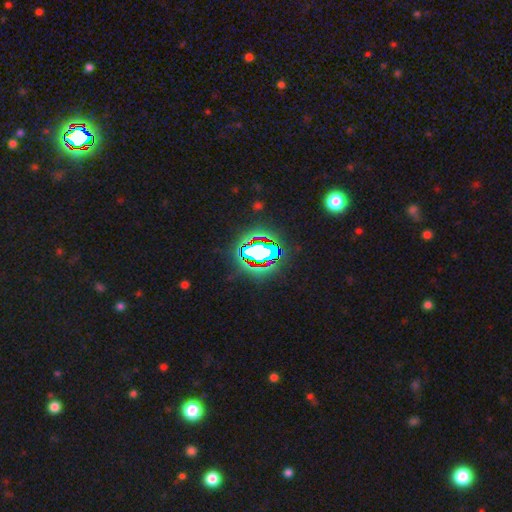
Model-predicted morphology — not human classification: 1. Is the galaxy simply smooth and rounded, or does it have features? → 67% star or artifact, 17% smooth, 16% featured or disk.